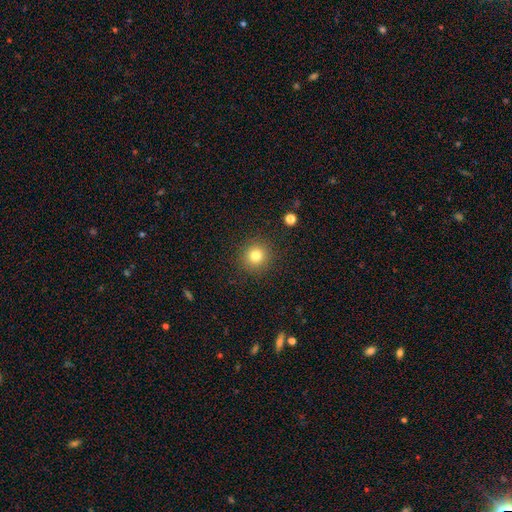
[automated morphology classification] This is likely a smooth galaxy (80%). How rounded: clearly round (92%). Merging: clearly none (90%).